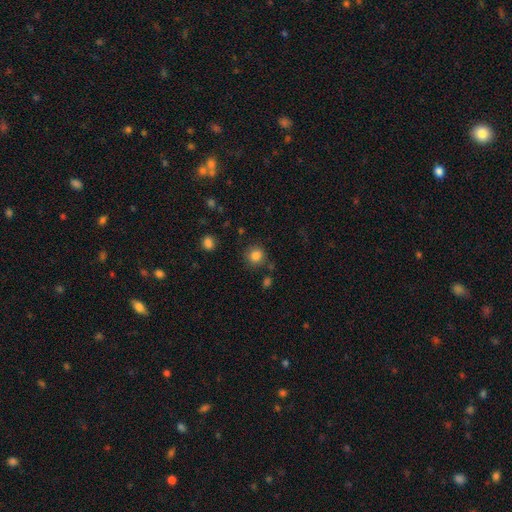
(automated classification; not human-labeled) Morphology: type=smooth (84%); roundness=round (90%); merging=none (82%).